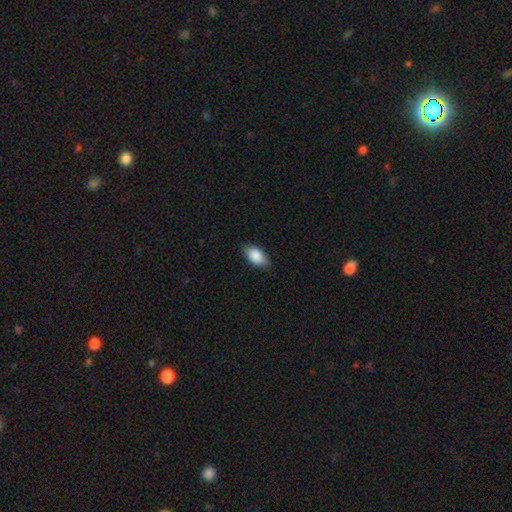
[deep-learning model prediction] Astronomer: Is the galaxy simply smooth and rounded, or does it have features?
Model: smooth — 87%.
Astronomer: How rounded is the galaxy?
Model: in between — 92%.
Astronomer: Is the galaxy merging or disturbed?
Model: none — 84%.